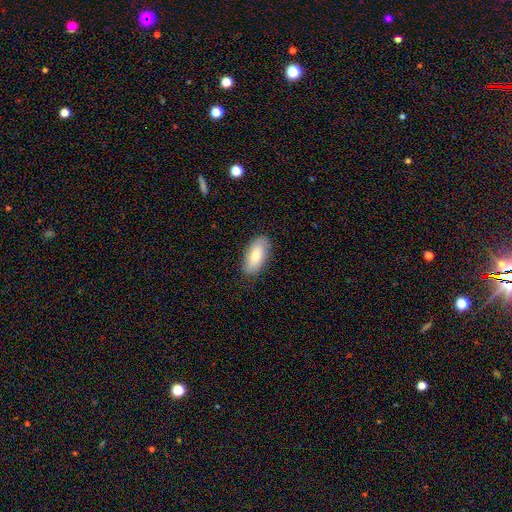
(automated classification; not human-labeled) Morphology: type=smooth (77%); roundness=in between (91%); merging=none (85%).